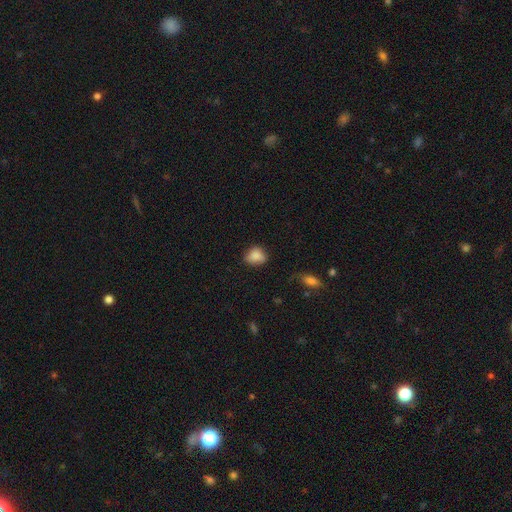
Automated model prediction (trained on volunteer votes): The model was most divided on "how rounded": round: 51%, in between: 47%, cigar-shaped: 1%. More confident: smooth or featured — smooth (85%); merging — none (67%).